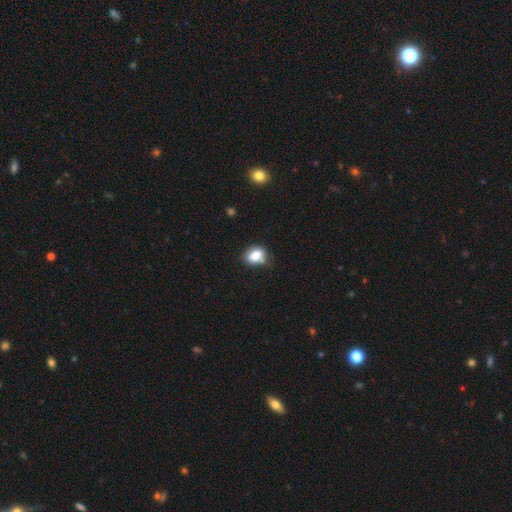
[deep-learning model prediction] Smooth or featured? smooth (83%)
How rounded? in between (64%)
Merging? none (58%)